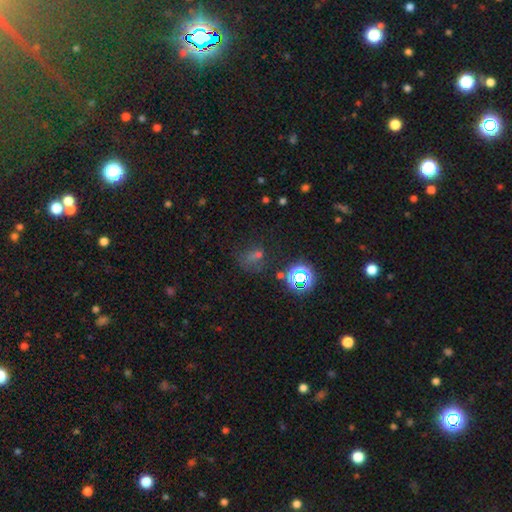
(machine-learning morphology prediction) Smooth or featured: star or artifact — 50% (smooth — 38%)